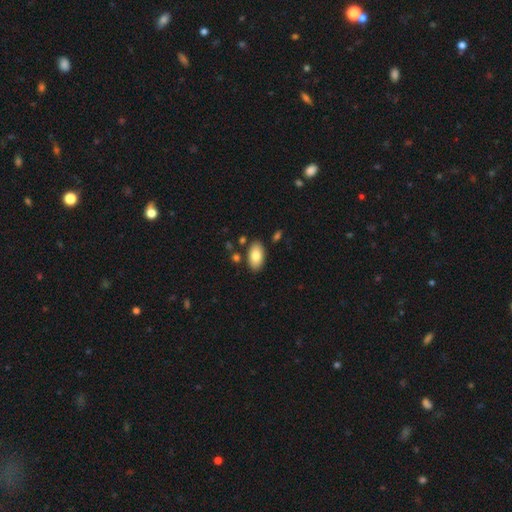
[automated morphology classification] type=smooth (81%); roundness=in between (94%); merging=none (85%).